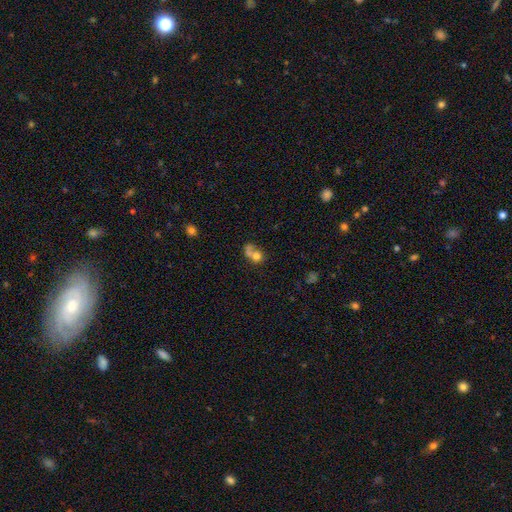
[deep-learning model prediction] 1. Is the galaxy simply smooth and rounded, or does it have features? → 66% smooth, 22% featured or disk, 13% star or artifact.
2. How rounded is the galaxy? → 65% round, 34% in between, 1% cigar-shaped.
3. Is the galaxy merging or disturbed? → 56% merger, 24% none, 11% major disturbance, 9% minor disturbance.